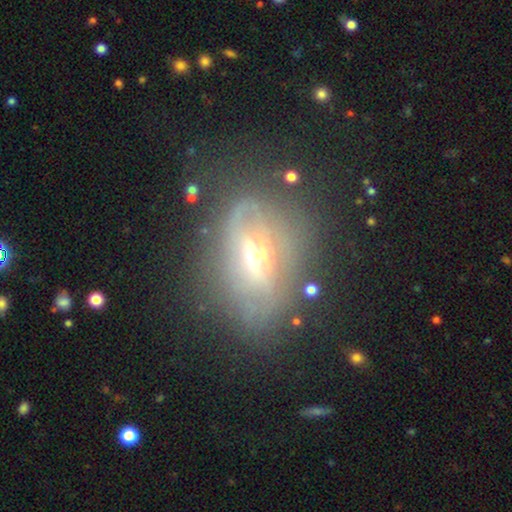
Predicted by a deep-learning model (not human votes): A featured or disk galaxy (63%). Merging: none (60%).